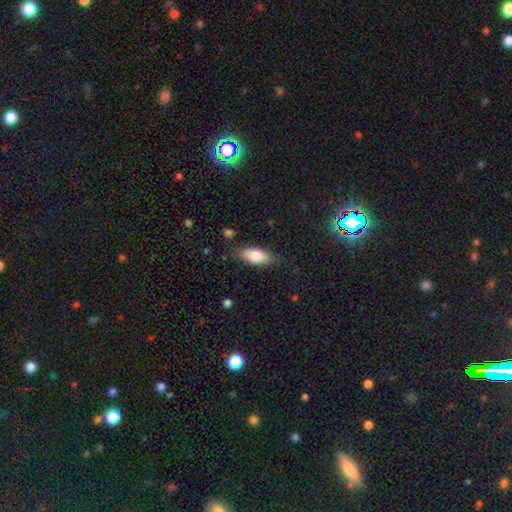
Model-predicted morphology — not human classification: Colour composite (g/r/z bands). It shows a smooth galaxy with no disk features (81%) that is in between round and cigar-shaped (82%). Merging: none (79%).